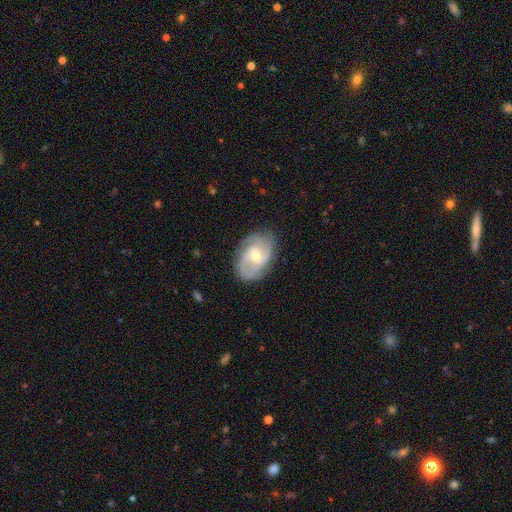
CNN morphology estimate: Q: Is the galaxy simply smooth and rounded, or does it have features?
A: featured or disk — 85%.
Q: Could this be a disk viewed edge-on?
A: no — 97%.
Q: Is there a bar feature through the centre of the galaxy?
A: no — 46%.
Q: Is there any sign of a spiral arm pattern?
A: yes — 96%.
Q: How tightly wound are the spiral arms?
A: medium — 45%.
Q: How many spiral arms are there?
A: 2 — 35%.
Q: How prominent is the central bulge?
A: moderate — 55%.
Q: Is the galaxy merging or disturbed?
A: none — 78%.